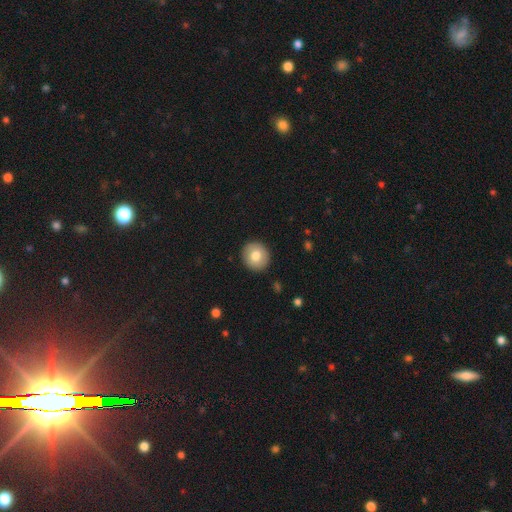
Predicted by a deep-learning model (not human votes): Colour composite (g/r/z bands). It shows a smooth galaxy with no disk features (78%) that is round (91%). Merging: none (92%).